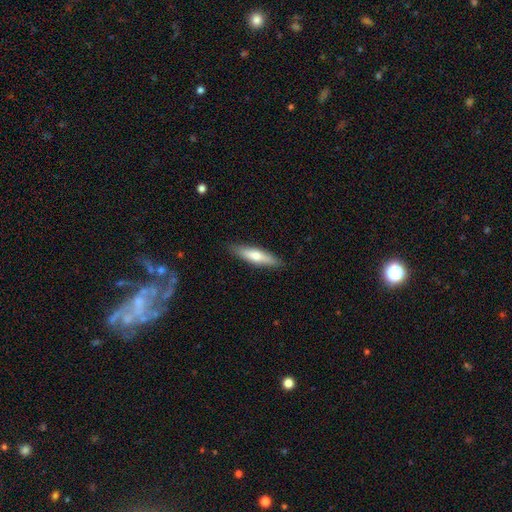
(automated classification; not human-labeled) Q: Smooth or featured?
A: smooth (61%); runner-up: featured or disk (34%)
Q: How rounded?
A: cigar-shaped (75%); runner-up: in between (24%)
Q: Merging?
A: none (89%); runner-up: minor disturbance (9%)